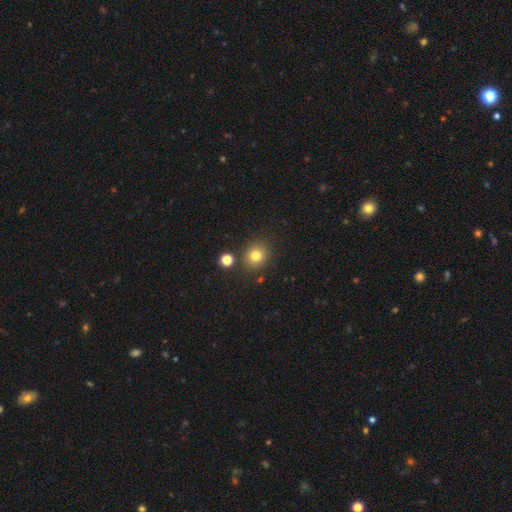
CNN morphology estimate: Smooth or featured? smooth (79%)
How rounded? round (82%)
Merging? none (83%)